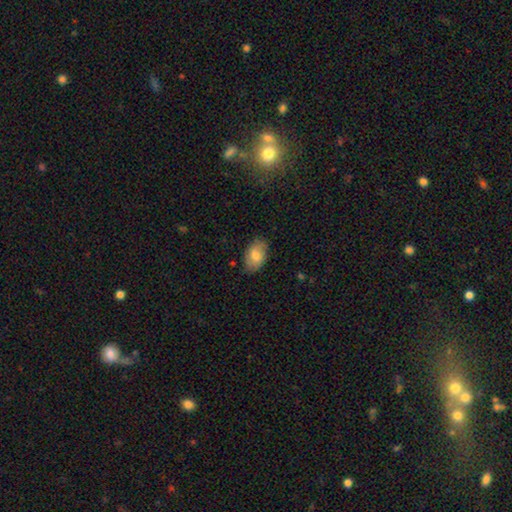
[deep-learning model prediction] Smooth or featured? Predicted: smooth (p=0.77). How rounded? Predicted: in between (p=0.91). Merging? Predicted: none (p=0.80).